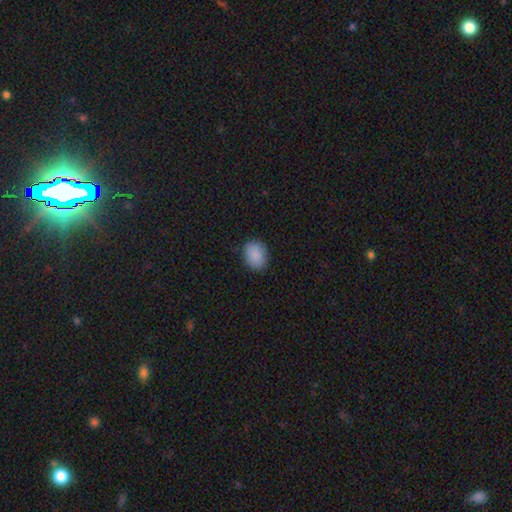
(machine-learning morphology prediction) This appears to be a smooth galaxy with no disk features (89%) that is in between round and cigar-shaped (55%). Merging: none (85%).